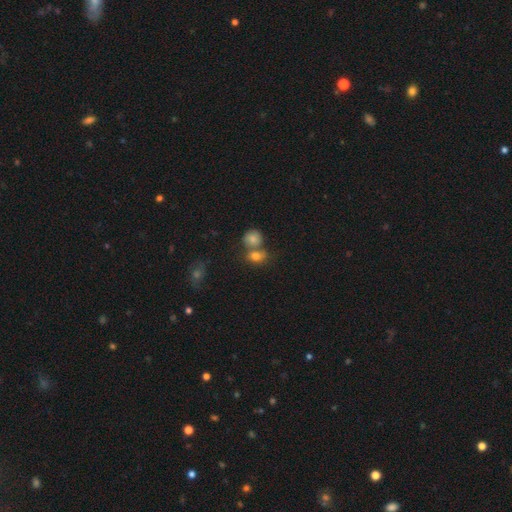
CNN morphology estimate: Smooth or featured? smooth (51%)
How rounded? round (52%)
Merging? none (48%)